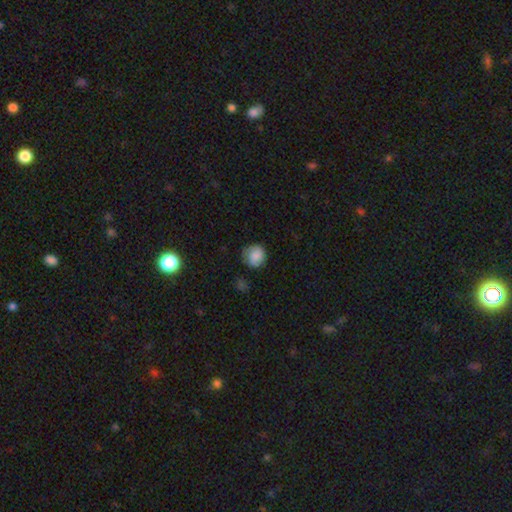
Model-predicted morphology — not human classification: Smooth or featured? smooth (83%)
How rounded? round (85%)
Merging? none (69%)